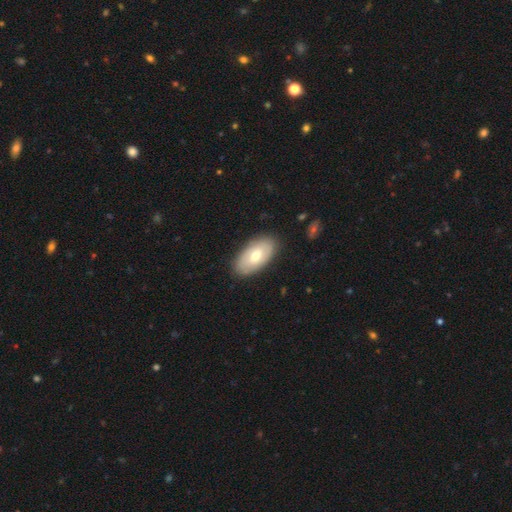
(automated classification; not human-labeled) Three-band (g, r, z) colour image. It shows a smooth galaxy with no disk features (63%) that is in between round and cigar-shaped (94%). Merging: none (86%).